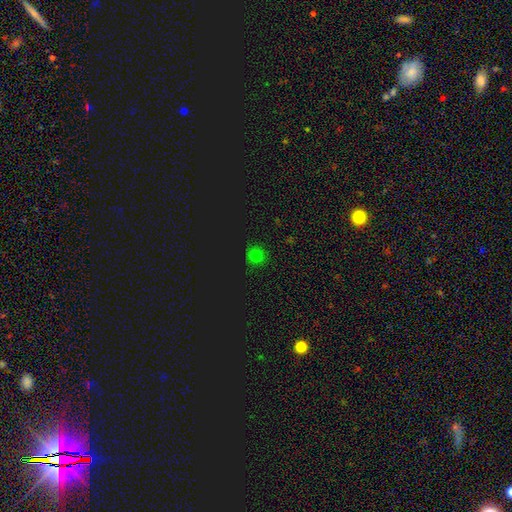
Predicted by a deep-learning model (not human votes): This appears to be a smooth galaxy with no disk features (69%) that is round (93%). Merging: none (88%).